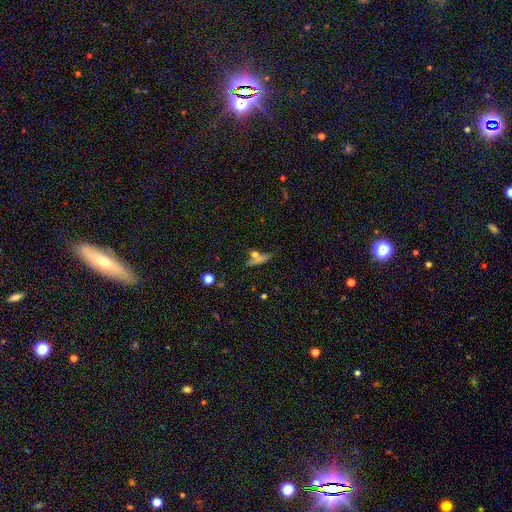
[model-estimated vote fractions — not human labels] Morphology: type=smooth (58%); roundness=cigar-shaped (50%); merging=none (42%).